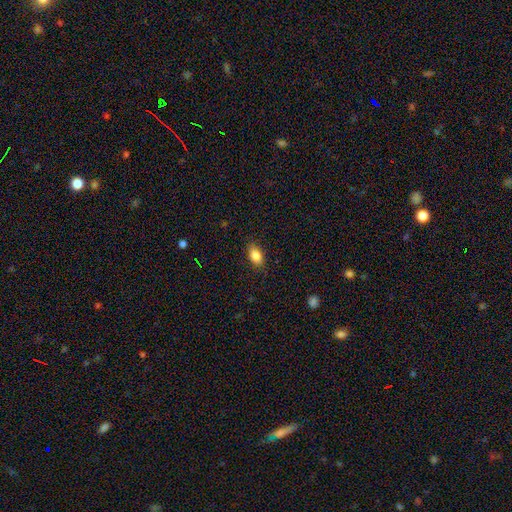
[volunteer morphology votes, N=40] smooth-or-featured: smooth: 88% | featured or disk: 10% | star or artifact: 2%
  how-rounded: in between: 89% | round: 9% | cigar-shaped: 3%
  merging: none: 92% | minor disturbance: 5% | major disturbance: 3% | merger: 0%